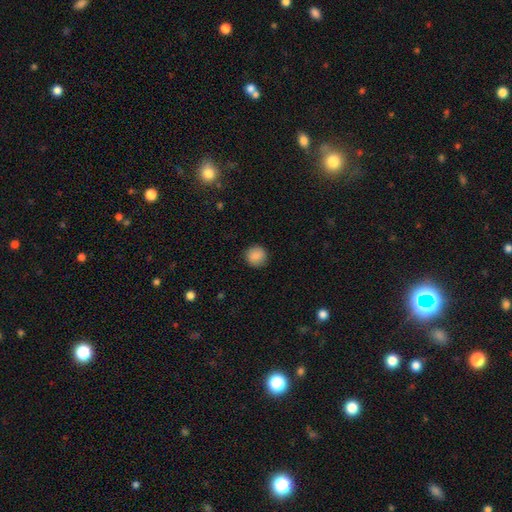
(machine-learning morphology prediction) A smooth galaxy with no disk features (88%) that is round (93%).

Vote fractions:
- Smooth or featured? smooth: 88% / star or artifact: 8% / featured or disk: 4%
- How rounded? round: 93% / in between: 6% / cigar-shaped: 1%
- Merging? none: 90% / minor disturbance: 7% / major disturbance: 2% / merger: 1%